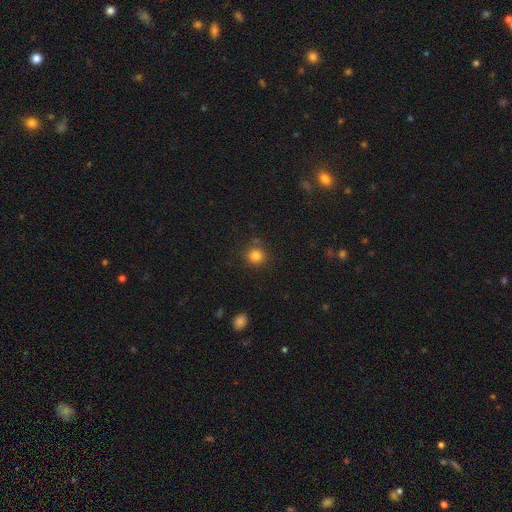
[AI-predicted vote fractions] Morphology: type=smooth (82%); roundness=round (90%); merging=none (84%).